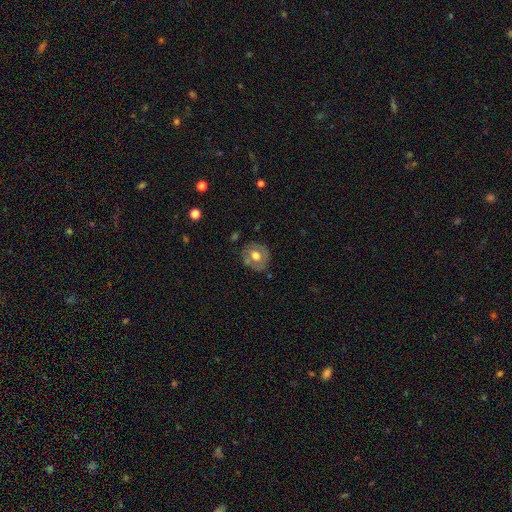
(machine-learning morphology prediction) A smooth galaxy with no disk features (56%) that is round (77%). Merging: none (77%).